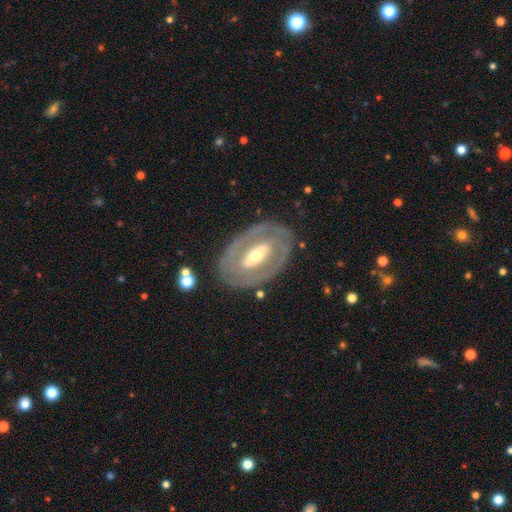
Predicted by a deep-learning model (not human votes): Smooth or featured?
  - featured or disk: 73% *
  - smooth: 21%
  - star or artifact: 5%
Edge-on disk?
  - no: 92% *
  - yes: 8%
Bar?
  - strong: 36% *
  - no: 35%
  - weak: 29%
Spiral arms?
  - no: 63% *
  - yes: 37%
Bulge size?
  - moderate: 48% *
  - small: 45%
  - large: 5%
  - dominant: 1%
  - none: 1%
Merging?
  - none: 79% *
  - minor disturbance: 13%
  - major disturbance: 6%
  - merger: 2%